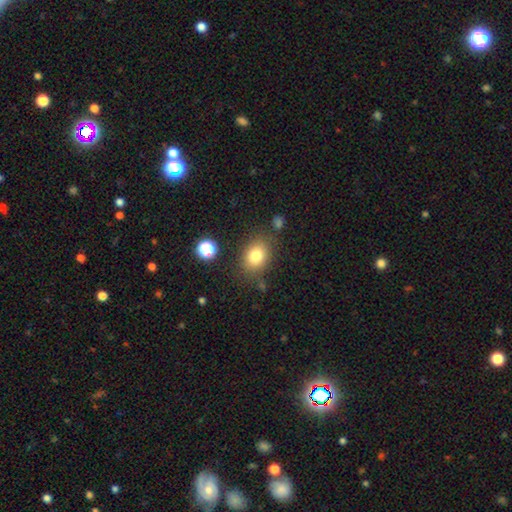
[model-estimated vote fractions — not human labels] Smooth or featured: smooth — 79% (star or artifact — 11%)
How rounded: in between — 58% (round — 40%)
Merging: none — 78% (minor disturbance — 13%)